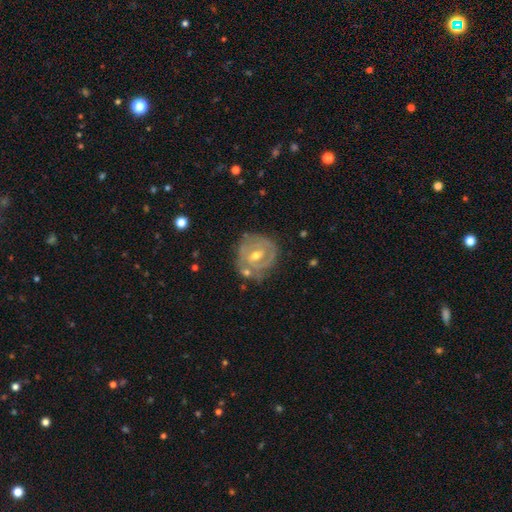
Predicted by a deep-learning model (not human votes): Q: Smooth or featured?
A: featured or disk (78%); runner-up: smooth (16%)
Q: Edge-on disk?
A: no (97%); runner-up: yes (3%)
Q: Bar?
A: weak (45%); runner-up: no (40%)
Q: Spiral arms?
A: yes (76%); runner-up: no (24%)
Q: Spiral winding?
A: tight (67%); runner-up: medium (25%)
Q: Spiral arm count?
A: 2 (44%); runner-up: can't tell (33%)
Q: Bulge size?
A: moderate (67%); runner-up: small (30%)
Q: Merging?
A: none (67%); runner-up: minor disturbance (20%)